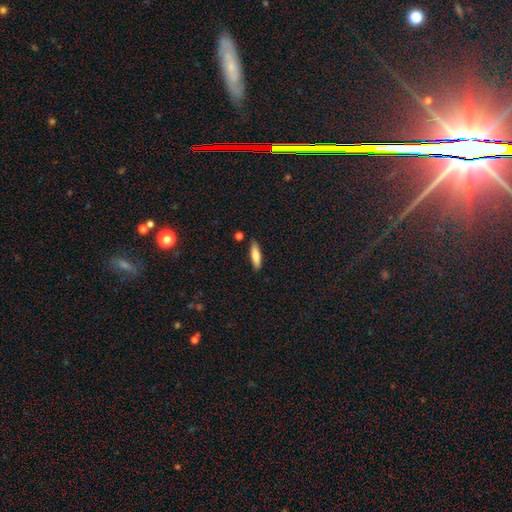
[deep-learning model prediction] The model was most divided on "how rounded": cigar-shaped: 62%, in between: 37%, round: 2%. More confident: merging — none (84%); smooth or featured — smooth (80%).